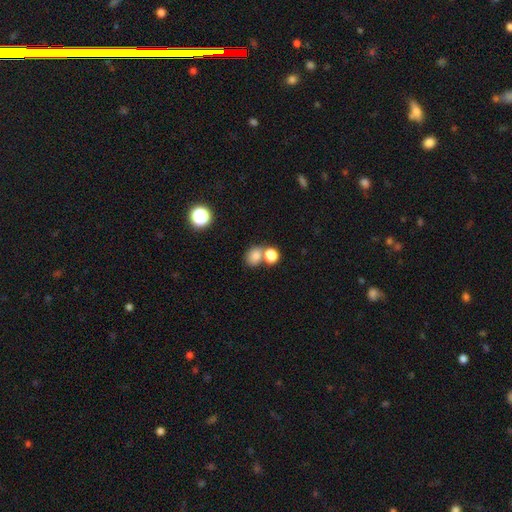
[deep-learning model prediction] smooth_or_featured: smooth (p=0.80) [alt: star or artifact p=0.13]
how_rounded: round (p=0.57) [alt: in between p=0.42]
merging: none (p=0.49) [alt: merger p=0.37]